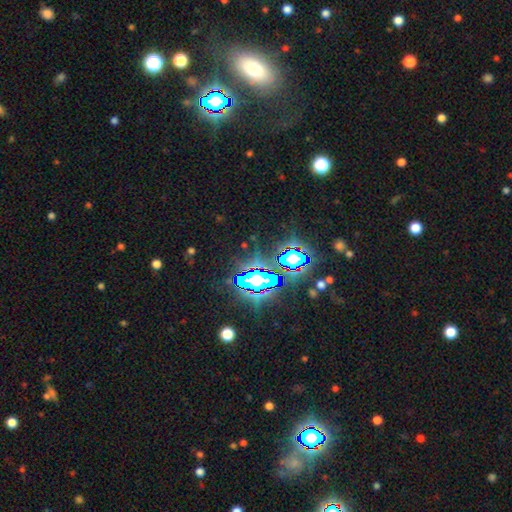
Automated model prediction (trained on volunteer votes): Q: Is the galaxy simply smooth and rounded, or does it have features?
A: star or artifact — 82%.